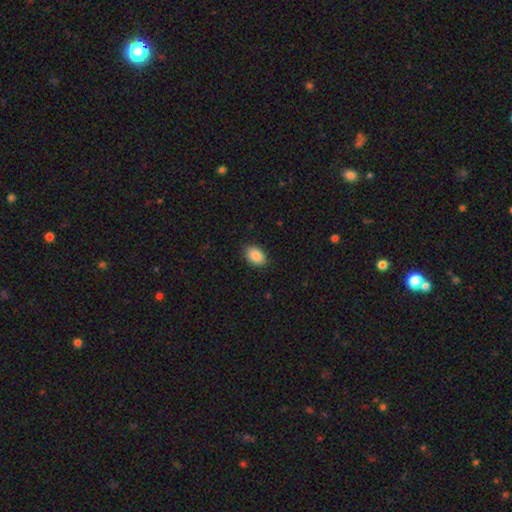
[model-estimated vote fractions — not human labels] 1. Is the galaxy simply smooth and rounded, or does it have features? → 89% smooth, 8% star or artifact, 3% featured or disk.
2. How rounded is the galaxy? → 85% in between, 14% round, 1% cigar-shaped.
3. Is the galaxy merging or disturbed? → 89% none, 8% minor disturbance, 2% major disturbance, 1% merger.